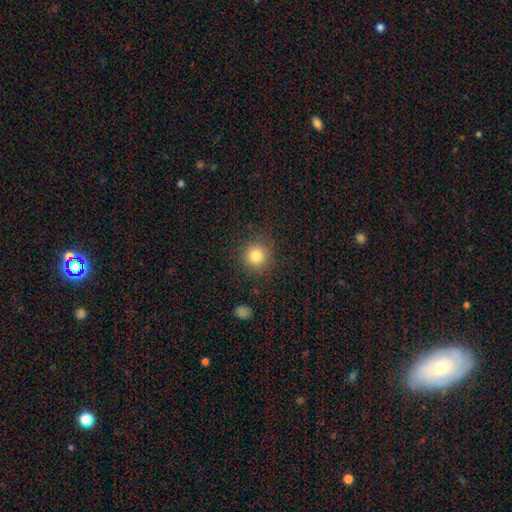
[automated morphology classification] Smooth or featured? Predicted: smooth (p=0.82). How rounded? Predicted: round (p=0.92). Merging? Predicted: none (p=0.87).